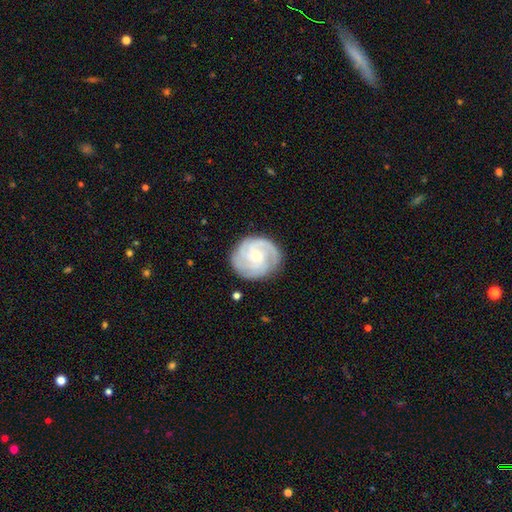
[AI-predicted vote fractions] A featured or disk galaxy (82%) with no bar (73%), 3 (36%) tight (63%) spiral arms (96%) and a small central bulge (69%). Merging: none (81%).